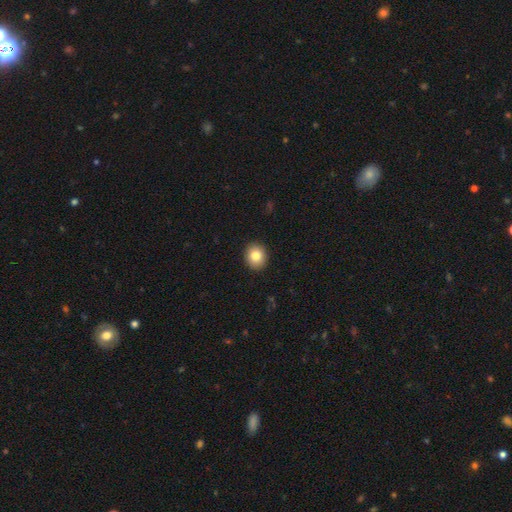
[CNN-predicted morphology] Smooth or featured: smooth — 81% (star or artifact — 9%)
How rounded: round — 77% (in between — 22%)
Merging: none — 92% (minor disturbance — 5%)